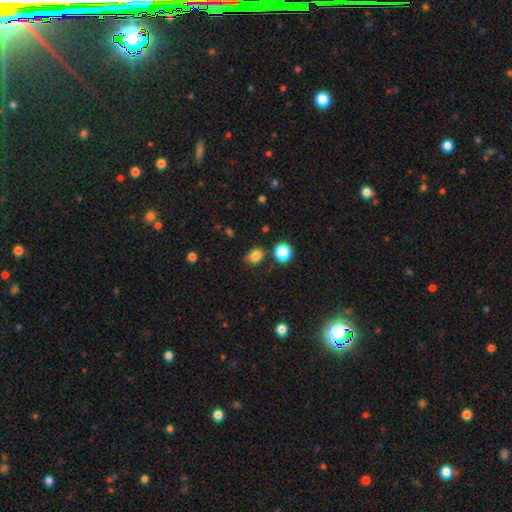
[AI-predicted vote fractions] The model was most divided on "how rounded": round: 57%, in between: 42%, cigar-shaped: 1%. More confident: smooth or featured — smooth (82%); merging — none (73%).